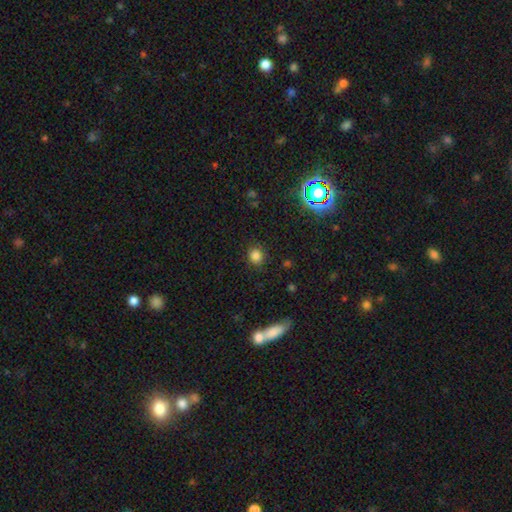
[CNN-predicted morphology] Smooth or featured? Predicted: smooth (p=0.81). How rounded? Predicted: round (p=0.79). Merging? Predicted: none (p=0.87).